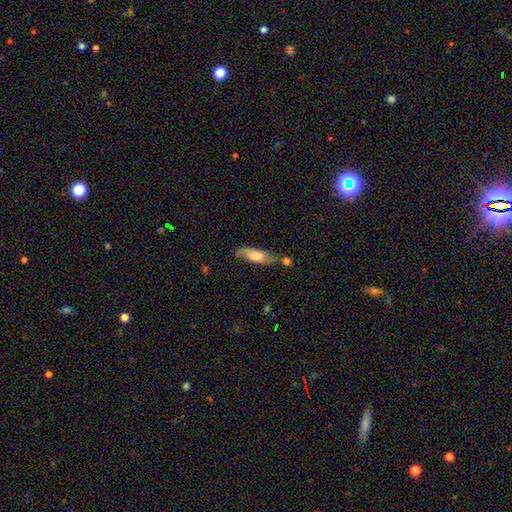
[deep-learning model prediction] A smooth galaxy with no disk features (62%) that is cigar-shaped (51%).

Vote fractions:
- Smooth or featured? smooth: 62% / featured or disk: 31% / star or artifact: 7%
- How rounded? cigar-shaped: 51% / in between: 46% / round: 3%
- Merging? none: 60% / minor disturbance: 22% / merger: 12% / major disturbance: 6%